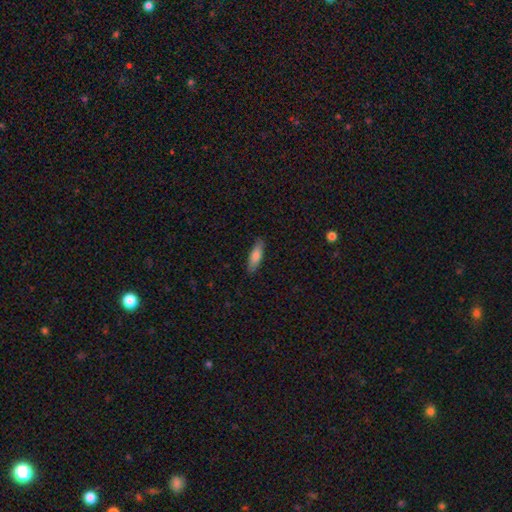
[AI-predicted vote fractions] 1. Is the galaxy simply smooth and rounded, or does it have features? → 77% smooth, 17% featured or disk, 6% star or artifact.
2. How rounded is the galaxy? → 51% cigar-shaped, 47% in between, 2% round.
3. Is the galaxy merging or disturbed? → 87% none, 10% minor disturbance, 2% major disturbance, 1% merger.